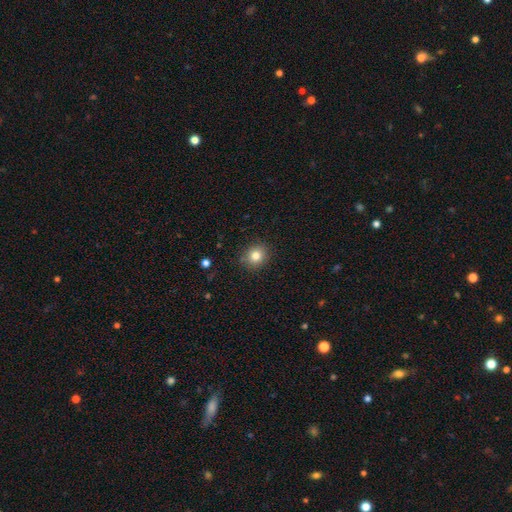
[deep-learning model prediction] Smooth or featured: smooth — 81% (star or artifact — 12%)
How rounded: round — 79% (in between — 20%)
Merging: none — 86% (minor disturbance — 10%)